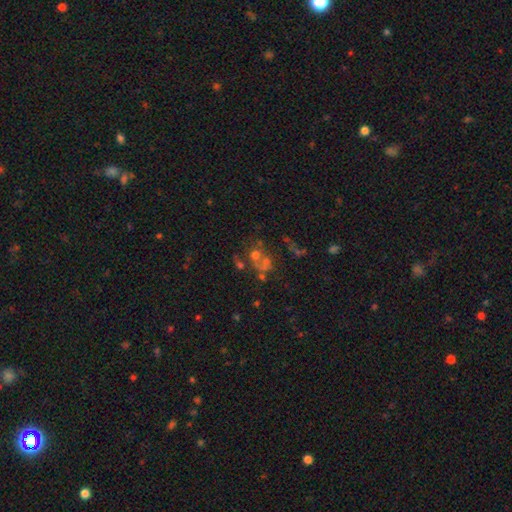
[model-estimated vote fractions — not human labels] Q: Smooth or featured?
A: smooth (40%); runner-up: featured or disk (31%)
Q: Merging?
A: merger (41%); runner-up: none (36%)